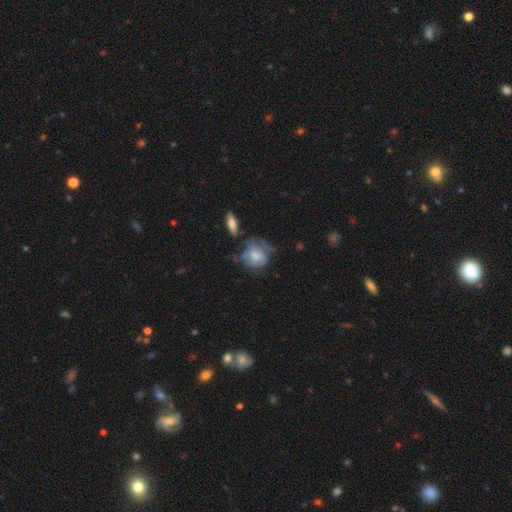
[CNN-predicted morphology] This appears to be a featured or disk galaxy (46%). Merging: none (37%).